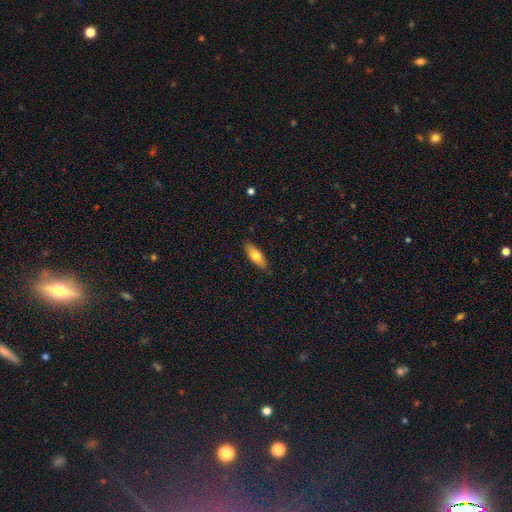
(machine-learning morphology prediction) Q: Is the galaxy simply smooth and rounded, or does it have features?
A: smooth — 70%.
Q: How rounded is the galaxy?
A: in between — 62%.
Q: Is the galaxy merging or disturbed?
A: none — 85%.